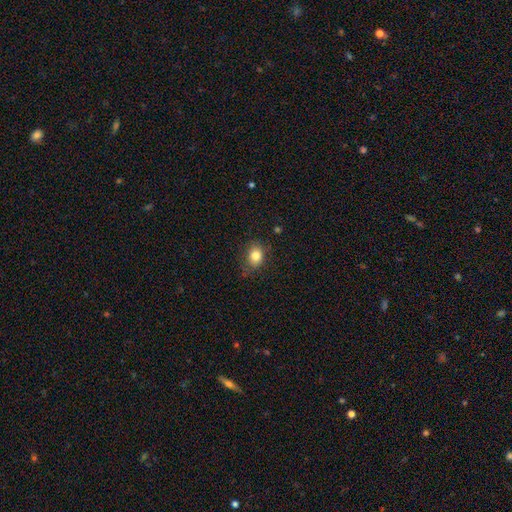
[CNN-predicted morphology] type=smooth (82%); roundness=in between (52%); merging=none (74%).